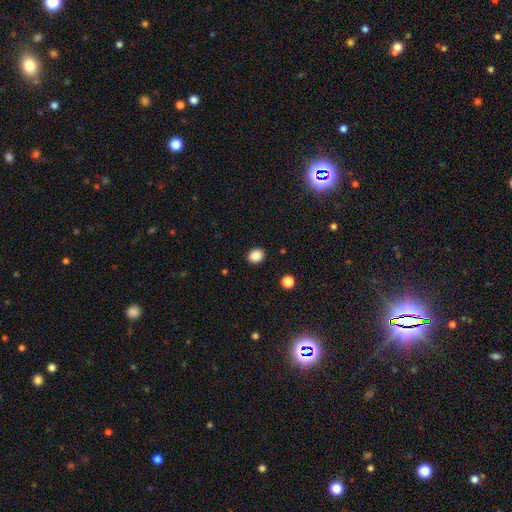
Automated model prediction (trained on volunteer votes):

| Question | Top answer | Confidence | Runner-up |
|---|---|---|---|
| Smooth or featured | smooth | 86% | star or artifact (10%) |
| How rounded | round | 69% | in between (30%) |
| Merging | none | 91% | minor disturbance (6%) |